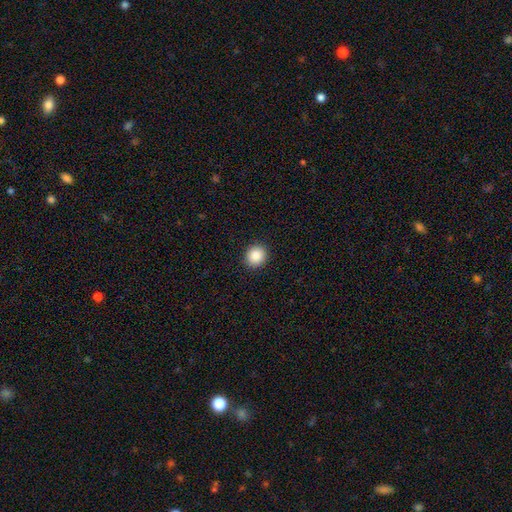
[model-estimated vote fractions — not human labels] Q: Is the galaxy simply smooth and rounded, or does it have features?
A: smooth — 87%.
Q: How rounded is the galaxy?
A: round — 84%.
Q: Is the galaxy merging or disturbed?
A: none — 92%.